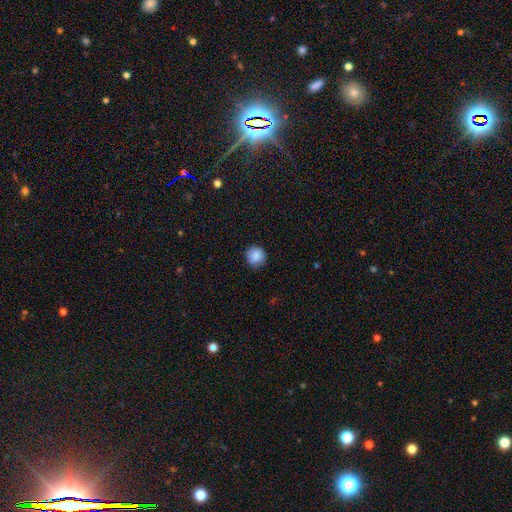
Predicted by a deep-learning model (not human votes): The model was most divided on "merging": none: 83%, minor disturbance: 14%, major disturbance: 2%, merger: 1%. More confident: how rounded — round (94%); smooth or featured — smooth (87%).